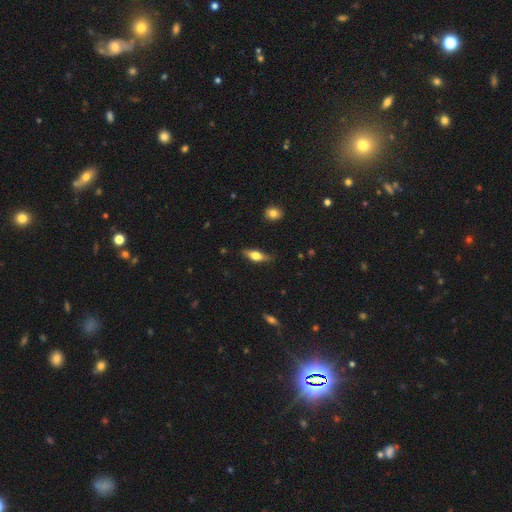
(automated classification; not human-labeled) Q: Smooth or featured?
A: smooth (57%); runner-up: featured or disk (36%)
Q: How rounded?
A: in between (63%); runner-up: cigar-shaped (33%)
Q: Merging?
A: none (78%); runner-up: minor disturbance (17%)